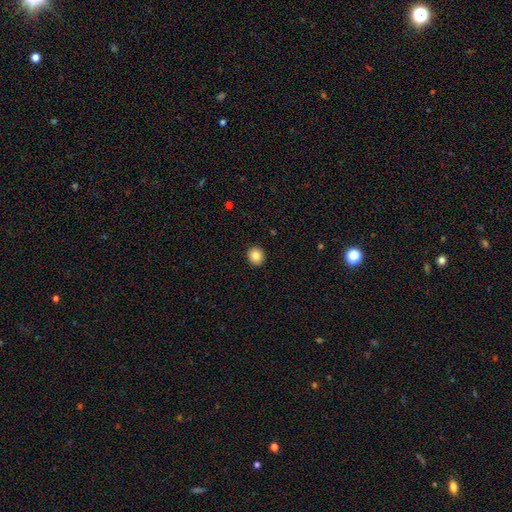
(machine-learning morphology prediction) smooth_or_featured: smooth (p=0.86) [alt: star or artifact p=0.09]
how_rounded: round (p=0.86) [alt: in between p=0.13]
merging: none (p=0.93) [alt: minor disturbance p=0.05]